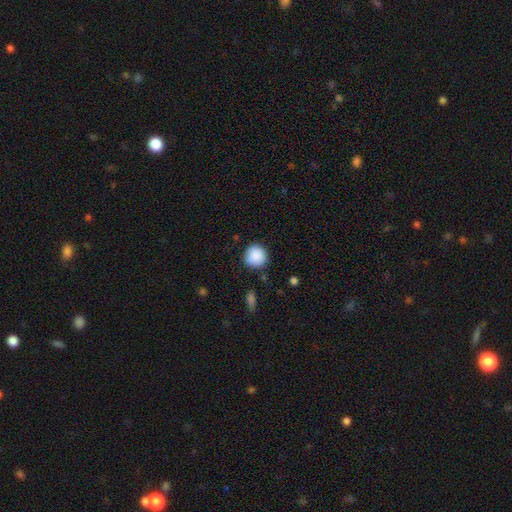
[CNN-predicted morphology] This appears to be a smooth galaxy with no disk features (88%) that is round (94%). Merging: none (86%).